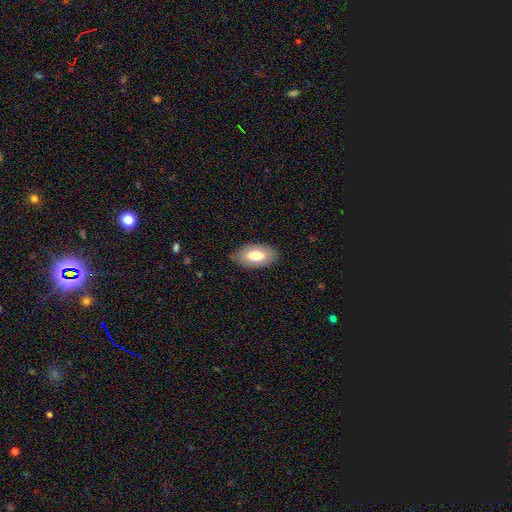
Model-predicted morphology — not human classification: A smooth galaxy with no disk features (73%) that is in between round and cigar-shaped (94%). Merging: none (82%).